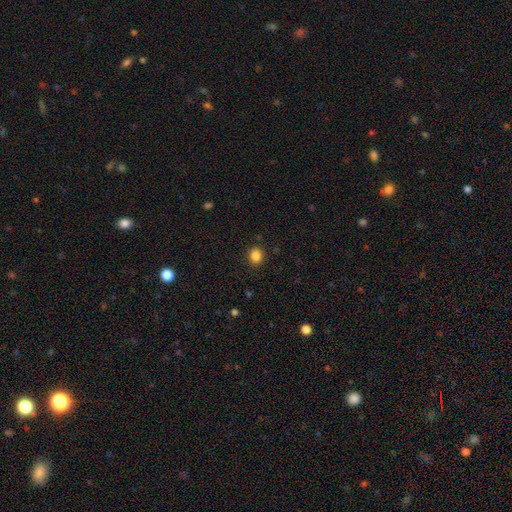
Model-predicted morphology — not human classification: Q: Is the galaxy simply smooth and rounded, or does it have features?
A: smooth — 85%.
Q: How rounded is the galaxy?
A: round — 74%.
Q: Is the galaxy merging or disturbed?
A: none — 91%.